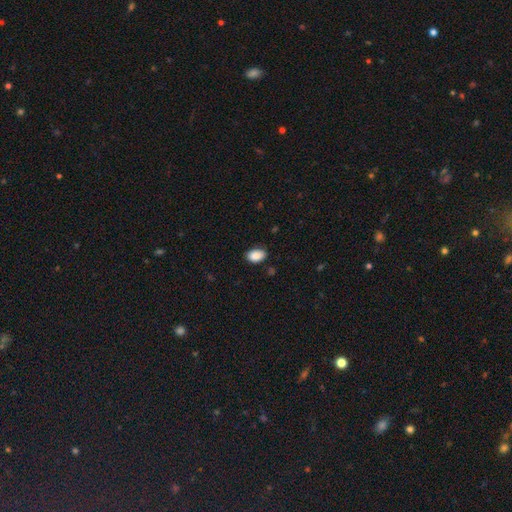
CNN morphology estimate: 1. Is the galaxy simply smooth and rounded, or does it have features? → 89% smooth, 7% star or artifact, 4% featured or disk.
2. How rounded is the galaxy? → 88% in between, 10% round, 1% cigar-shaped.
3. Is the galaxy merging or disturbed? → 84% none, 13% minor disturbance, 2% major disturbance, 1% merger.